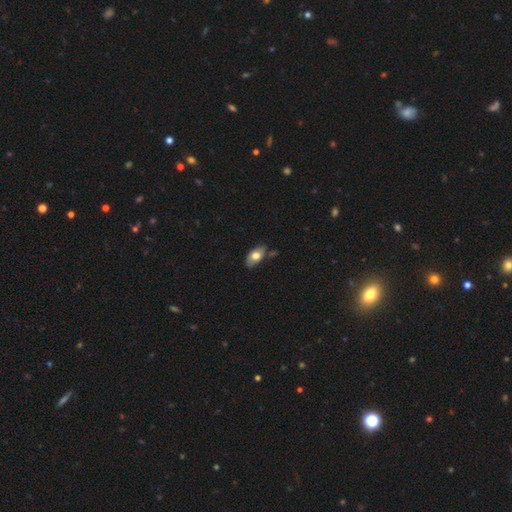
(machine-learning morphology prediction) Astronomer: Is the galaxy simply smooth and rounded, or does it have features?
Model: smooth — 69%.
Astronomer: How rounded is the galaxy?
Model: in between — 91%.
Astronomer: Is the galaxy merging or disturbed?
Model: none — 65%.